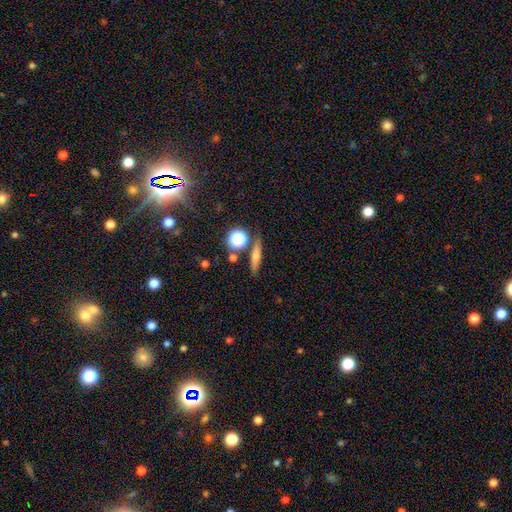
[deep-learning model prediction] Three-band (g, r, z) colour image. It shows a smooth galaxy with no disk features (47%). Merging: none (83%).